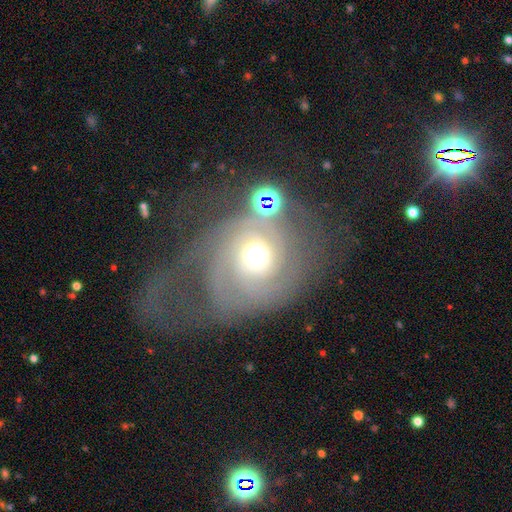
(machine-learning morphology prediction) Smooth or featured? featured or disk (75%)
Edge-on disk? no (97%)
Bar? no (79%)
Spiral arms? yes (89%)
Spiral winding? tight (55%)
Spiral arm count? 2 (47%)
Bulge size? moderate (62%)
Merging? none (46%)